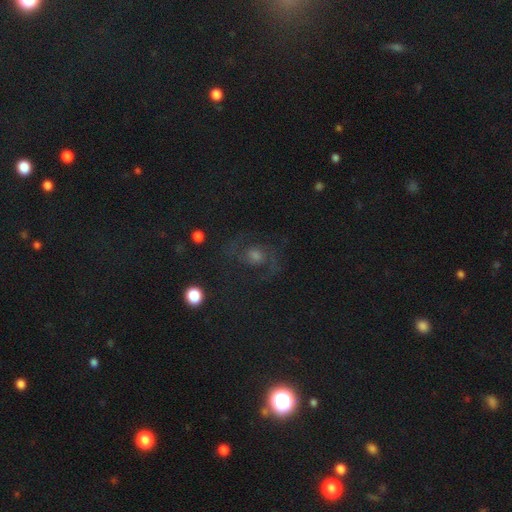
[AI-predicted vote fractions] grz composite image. It shows a featured or disk galaxy (59%) with no bar (70%), spiral arms (84%) and a moderate central bulge (47%). Merging: none (65%).